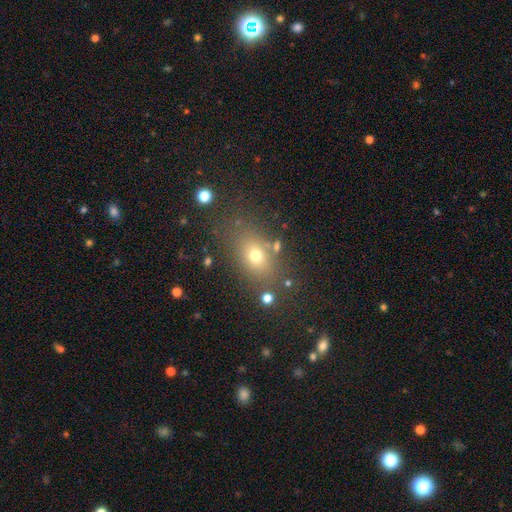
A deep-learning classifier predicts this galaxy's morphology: Smooth or featured: smooth — 67% (star or artifact — 18%)
How rounded: in between — 65% (round — 32%)
Merging: none — 74% (minor disturbance — 13%)